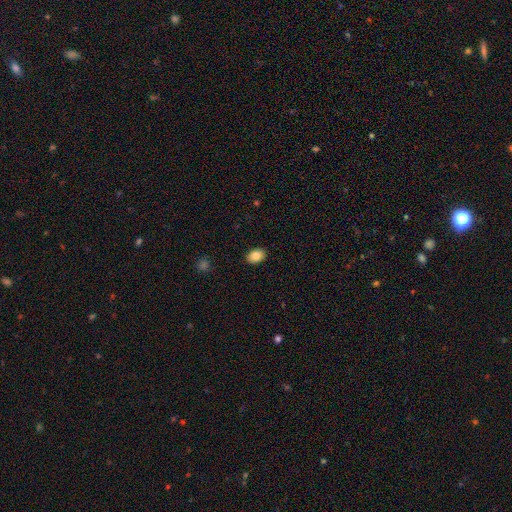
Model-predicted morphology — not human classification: type=smooth (85%); roundness=in between (76%); merging=none (89%).